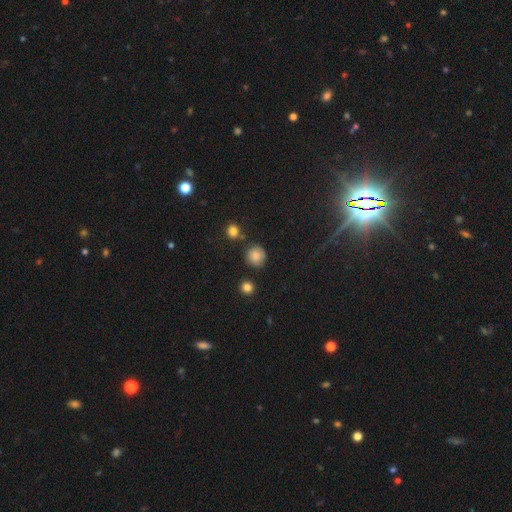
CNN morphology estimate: This appears to be a smooth galaxy with no disk features (82%) that is round (90%). Merging: none (80%).